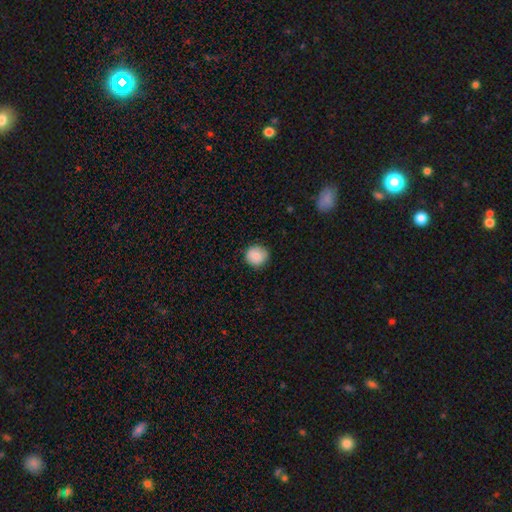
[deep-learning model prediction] Smooth or featured? smooth (84%)
How rounded? round (91%)
Merging? none (86%)